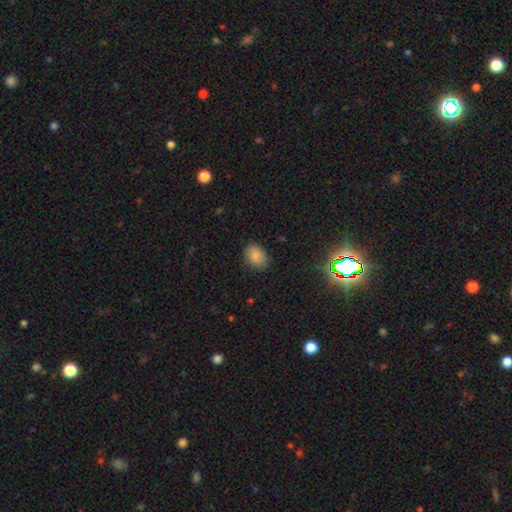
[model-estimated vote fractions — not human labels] A smooth galaxy with no disk features (84%) that is in between round and cigar-shaped (65%).

Vote fractions:
- Smooth or featured? smooth: 84% / star or artifact: 10% / featured or disk: 6%
- How rounded? in between: 65% / round: 34% / cigar-shaped: 1%
- Merging? none: 81% / minor disturbance: 14% / major disturbance: 4% / merger: 1%